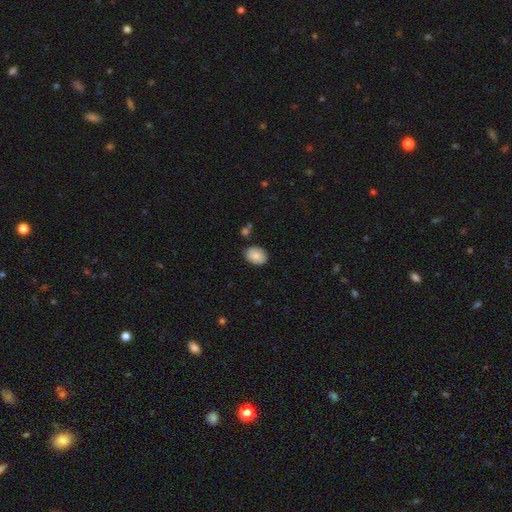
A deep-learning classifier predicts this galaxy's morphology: A smooth galaxy with no disk features (85%) that is in between round and cigar-shaped (74%). Merging: none (83%).